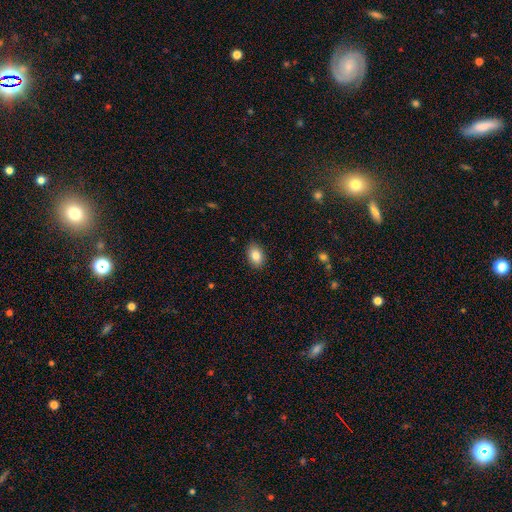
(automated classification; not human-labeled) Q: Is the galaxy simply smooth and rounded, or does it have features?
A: smooth — 85%.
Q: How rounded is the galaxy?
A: in between — 85%.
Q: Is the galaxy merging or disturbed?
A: none — 89%.